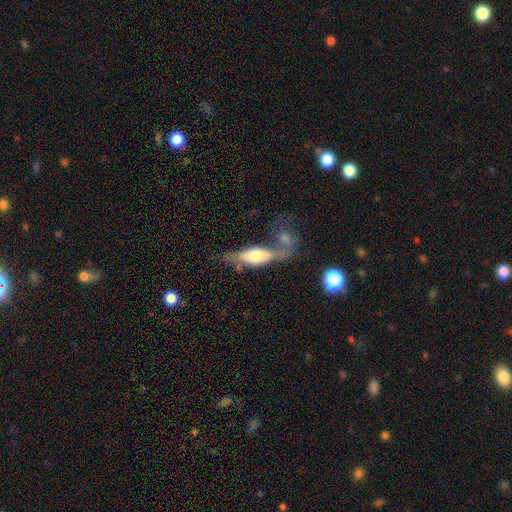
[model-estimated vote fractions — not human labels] Smooth or featured? Predicted: featured or disk (p=0.51). Edge-on disk? Predicted: yes (p=0.66). Merging? Predicted: merger (p=0.36).